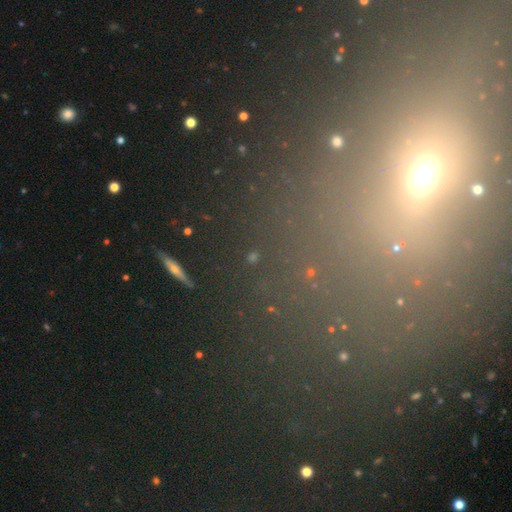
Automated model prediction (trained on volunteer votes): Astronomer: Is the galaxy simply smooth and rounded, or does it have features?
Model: star or artifact — 56%.